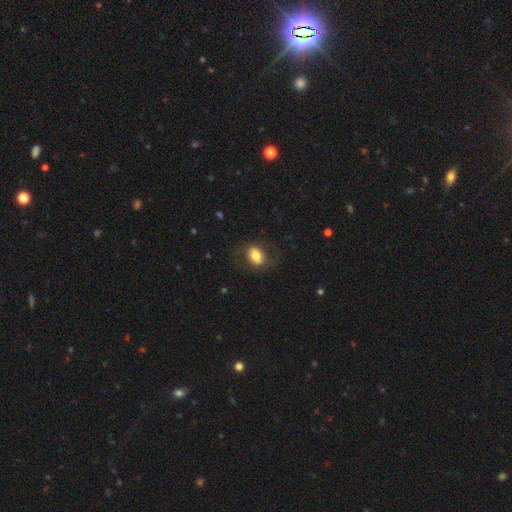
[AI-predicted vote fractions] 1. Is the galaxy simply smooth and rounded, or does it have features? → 73% smooth, 19% featured or disk, 8% star or artifact.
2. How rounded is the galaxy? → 69% in between, 30% round, 1% cigar-shaped.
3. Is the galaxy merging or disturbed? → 75% none, 14% minor disturbance, 10% major disturbance, 1% merger.